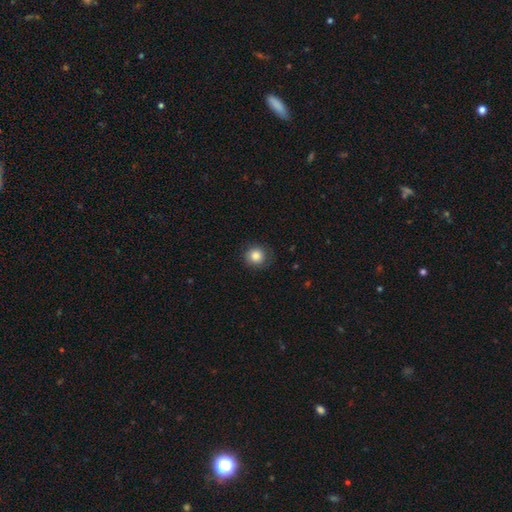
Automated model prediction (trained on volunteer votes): Smooth or featured? smooth (84%)
How rounded? round (90%)
Merging? none (82%)